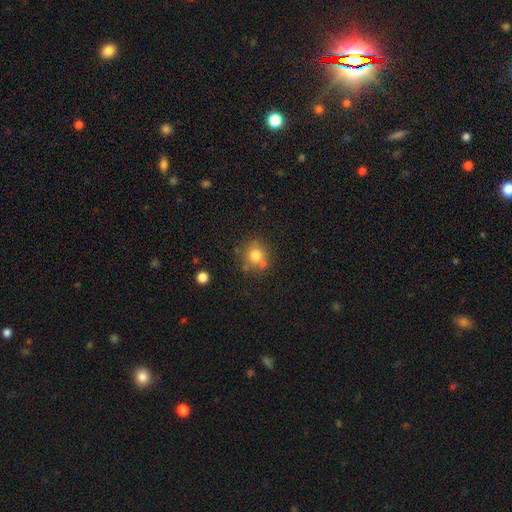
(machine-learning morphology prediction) A smooth galaxy with no disk features (75%) that is round (88%).

Vote fractions:
- Smooth or featured? smooth: 75% / featured or disk: 13% / star or artifact: 13%
- How rounded? round: 88% / in between: 11% / cigar-shaped: 1%
- Merging? none: 69% / merger: 15% / minor disturbance: 13% / major disturbance: 4%